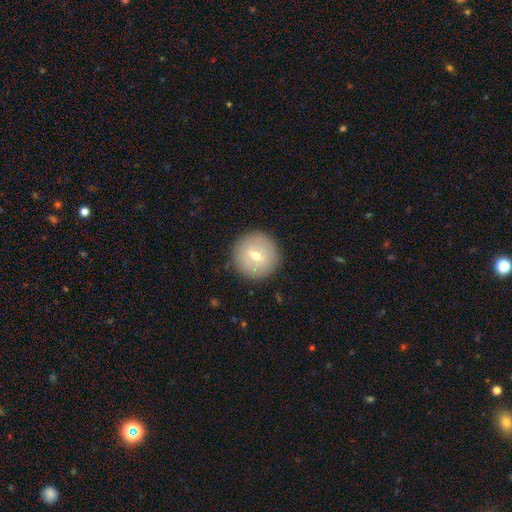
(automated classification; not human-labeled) Smooth or featured? smooth (56%)
How rounded? round (95%)
Merging? none (88%)